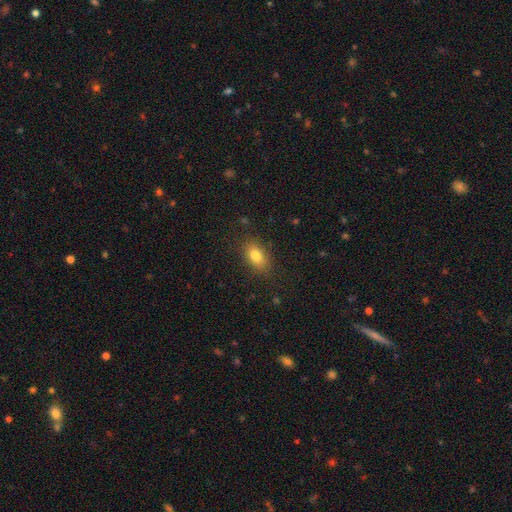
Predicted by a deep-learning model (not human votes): Morphology: type=smooth (81%); roundness=in between (85%); merging=none (83%).